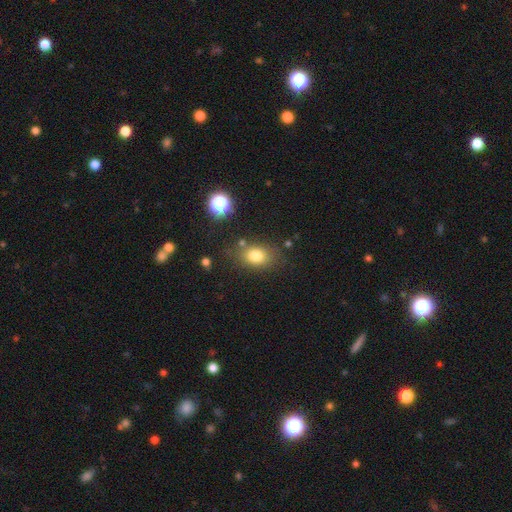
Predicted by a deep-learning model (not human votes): smooth-or-featured: smooth: 79% | star or artifact: 12% | featured or disk: 9%
  how-rounded: in between: 67% | round: 31% | cigar-shaped: 1%
  merging: none: 73% | minor disturbance: 15% | major disturbance: 6% | merger: 6%